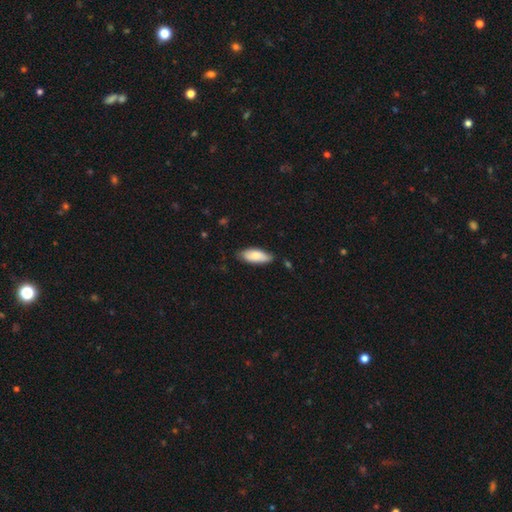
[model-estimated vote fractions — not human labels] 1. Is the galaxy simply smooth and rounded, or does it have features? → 81% smooth, 13% featured or disk, 6% star or artifact.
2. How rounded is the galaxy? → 82% in between, 17% cigar-shaped, 2% round.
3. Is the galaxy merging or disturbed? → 73% none, 22% minor disturbance, 3% major disturbance, 2% merger.